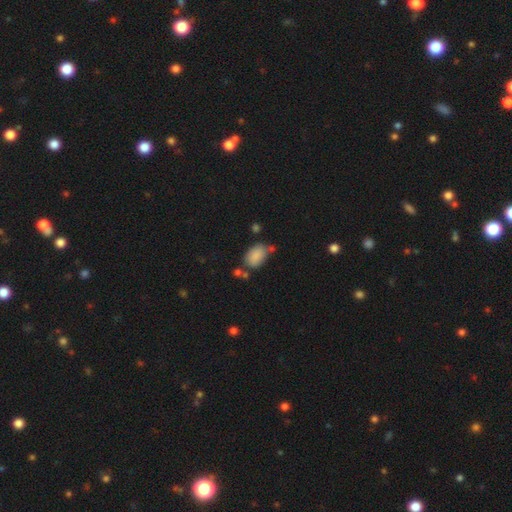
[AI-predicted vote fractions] Morphology: type=smooth (85%); roundness=in between (88%); merging=none (59%).